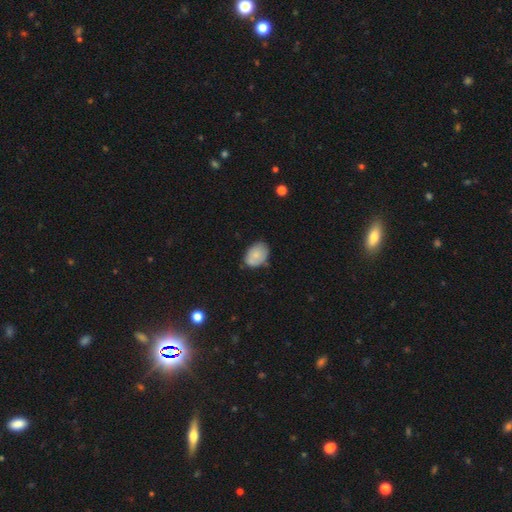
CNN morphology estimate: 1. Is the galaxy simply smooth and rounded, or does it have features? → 73% smooth, 19% featured or disk, 7% star or artifact.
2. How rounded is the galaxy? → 79% in between, 20% round, 1% cigar-shaped.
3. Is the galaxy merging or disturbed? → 66% none, 27% minor disturbance, 4% major disturbance, 3% merger.